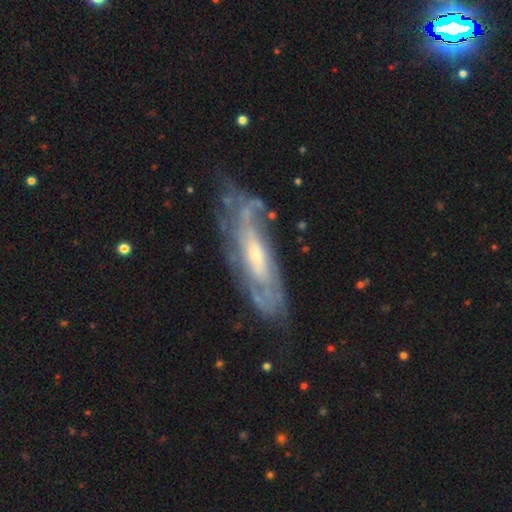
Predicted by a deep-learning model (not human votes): featured or disk 79%, smooth 15%, star or artifact 6%. Down the decision tree: edge-on disk — no (75%); bar — no (58%); spiral arms — yes (83%); bulge size — small (50%); merging — none (62%).